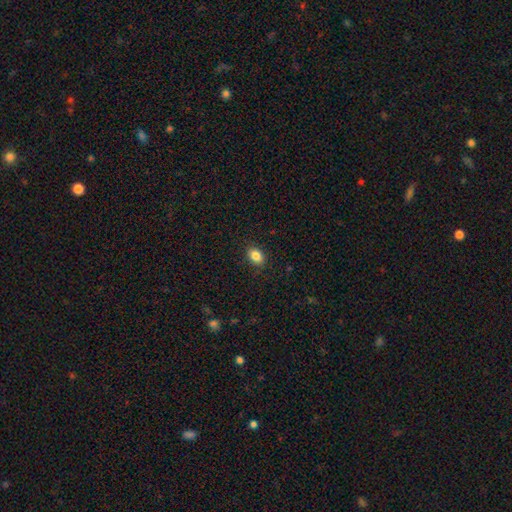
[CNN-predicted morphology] Smooth or featured?
  - smooth: 85% *
  - star or artifact: 9%
  - featured or disk: 5%
How rounded?
  - in between: 75% *
  - round: 24%
  - cigar-shaped: 1%
Merging?
  - none: 89% *
  - minor disturbance: 8%
  - major disturbance: 2%
  - merger: 1%